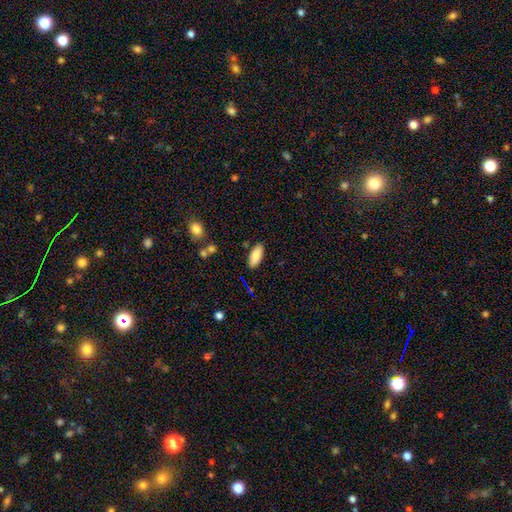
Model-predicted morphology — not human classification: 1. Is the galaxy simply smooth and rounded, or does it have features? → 86% smooth, 7% featured or disk, 7% star or artifact.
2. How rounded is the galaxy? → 81% in between, 18% cigar-shaped, 2% round.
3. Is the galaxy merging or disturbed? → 85% none, 10% minor disturbance, 2% major disturbance, 2% merger.